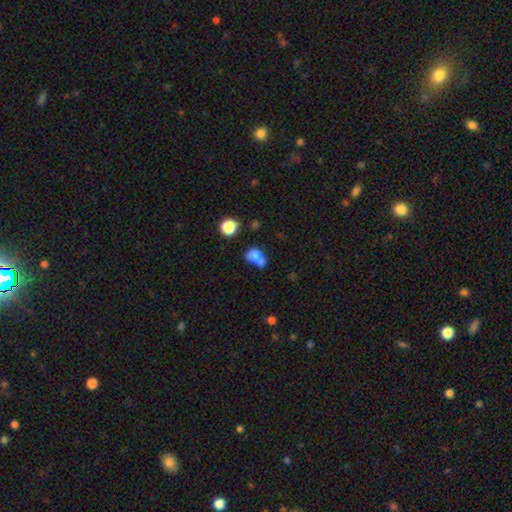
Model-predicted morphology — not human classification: Smooth or featured? Predicted: smooth (p=0.74). How rounded? Predicted: round (p=0.51). Merging? Predicted: merger (p=0.56).